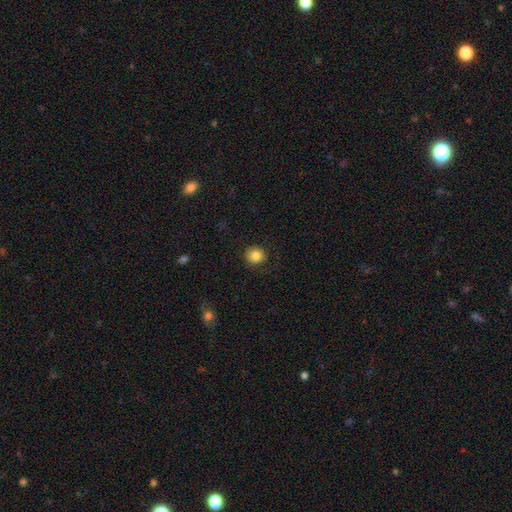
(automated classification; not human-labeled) A smooth galaxy with no disk features (85%) that is round (91%).

Vote fractions:
- Smooth or featured? smooth: 85% / star or artifact: 10% / featured or disk: 5%
- How rounded? round: 91% / in between: 8% / cigar-shaped: 1%
- Merging? none: 88% / minor disturbance: 9% / major disturbance: 3% / merger: 1%